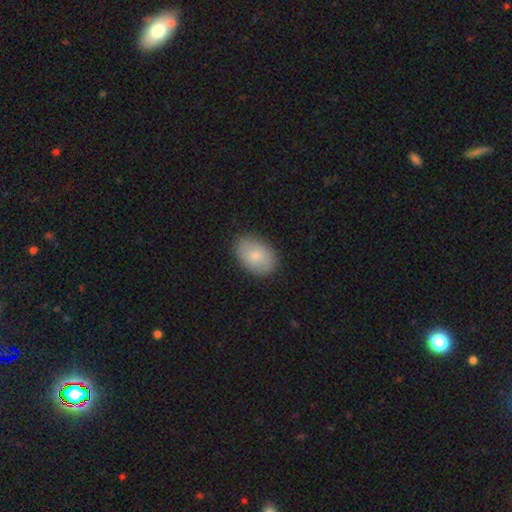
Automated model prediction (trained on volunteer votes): This is clearly a smooth galaxy (82%). How rounded: clearly in between (85%). Merging: clearly none (86%).